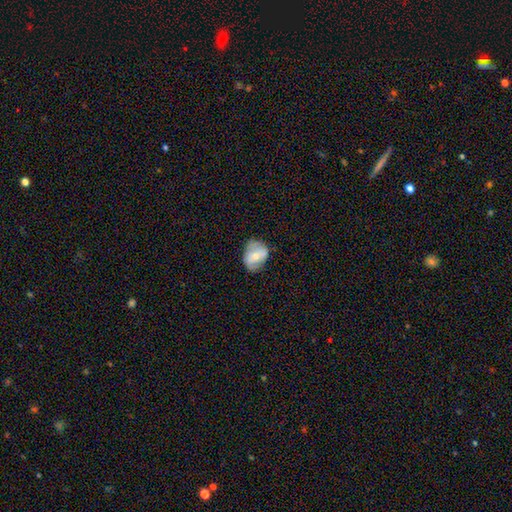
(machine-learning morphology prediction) This appears to be a smooth galaxy with no disk features (58%) that is in between round and cigar-shaped (59%). Merging: none (62%).